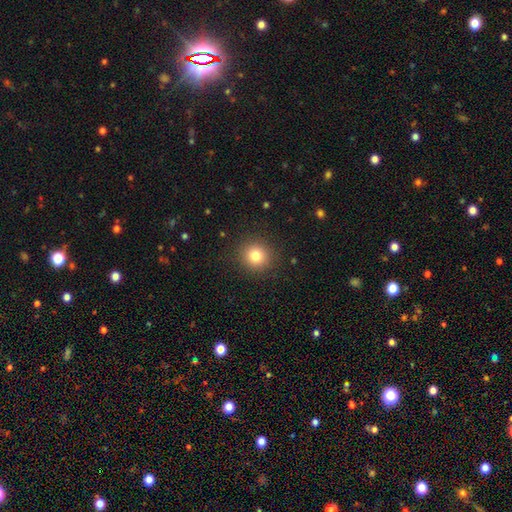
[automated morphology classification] A smooth galaxy with no disk features (81%) that is round (92%). Merging: none (90%).